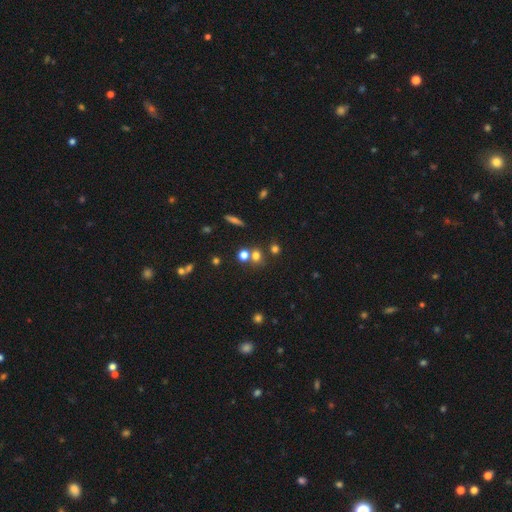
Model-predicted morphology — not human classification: A smooth galaxy with no disk features (68%) that is round (78%). Merging: none (57%).